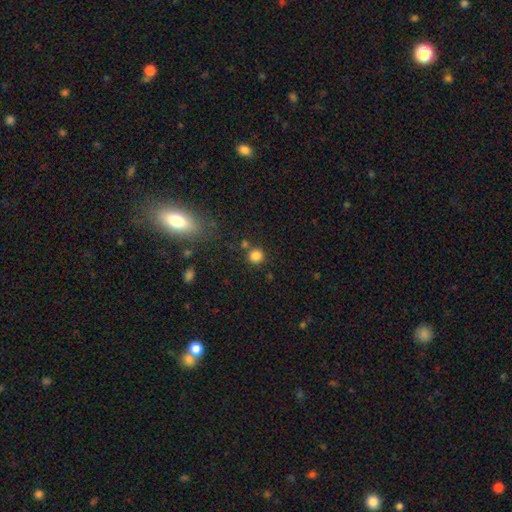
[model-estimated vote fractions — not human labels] Smooth or featured? Predicted: smooth (p=0.83). How rounded? Predicted: round (p=0.90). Merging? Predicted: none (p=0.78).